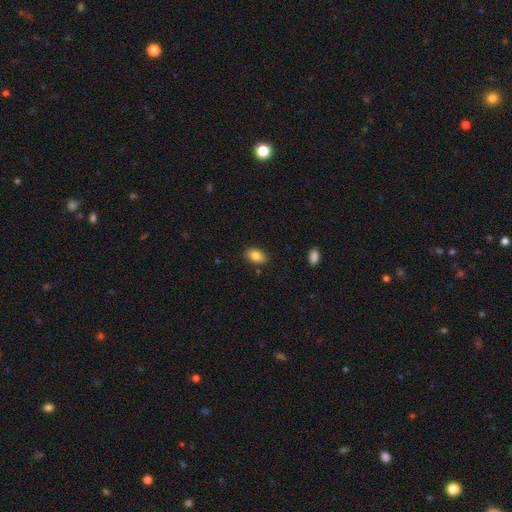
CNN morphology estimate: Smooth or featured?
  - smooth: 85% *
  - star or artifact: 8%
  - featured or disk: 8%
How rounded?
  - in between: 90% *
  - round: 7%
  - cigar-shaped: 2%
Merging?
  - none: 85% *
  - minor disturbance: 11%
  - major disturbance: 2%
  - merger: 2%